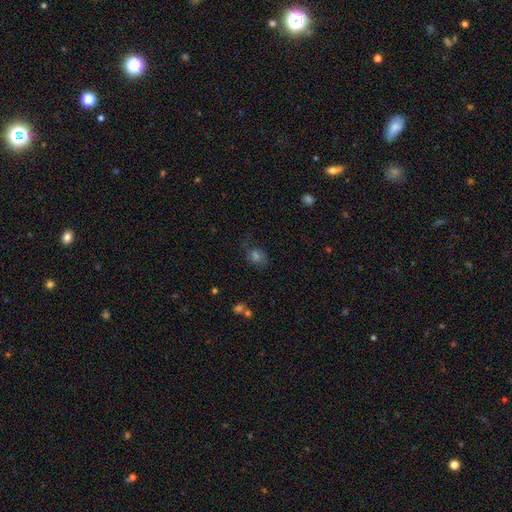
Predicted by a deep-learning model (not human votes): smooth_or_featured: smooth (p=0.53) [alt: star or artifact p=0.24]
how_rounded: round (p=0.56) [alt: in between p=0.43]
merging: none (p=0.55) [alt: minor disturbance p=0.22]